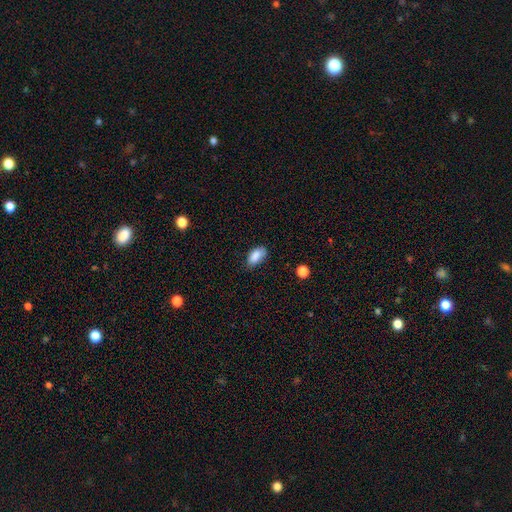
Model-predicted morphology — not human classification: Smooth or featured: smooth — 85% (star or artifact — 8%)
How rounded: in between — 92% (cigar-shaped — 4%)
Merging: none — 66% (minor disturbance — 27%)